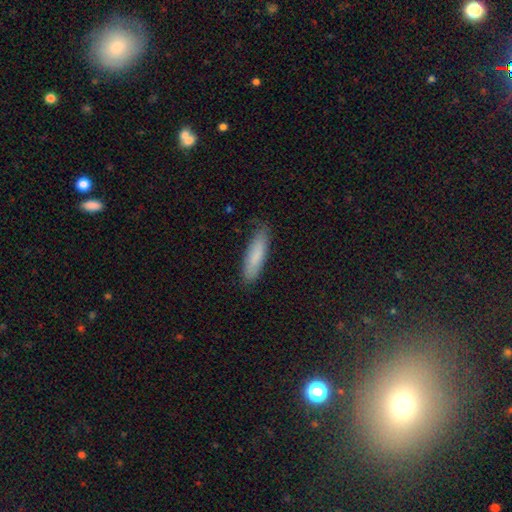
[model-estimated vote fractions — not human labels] Smooth or featured: smooth — 82% (featured or disk — 12%)
How rounded: cigar-shaped — 68% (in between — 31%)
Merging: none — 80% (minor disturbance — 16%)